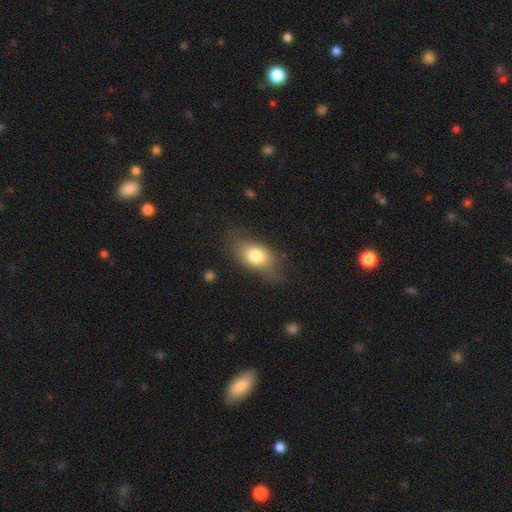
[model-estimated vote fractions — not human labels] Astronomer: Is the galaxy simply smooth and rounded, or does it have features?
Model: smooth — 76%.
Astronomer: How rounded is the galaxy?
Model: in between — 82%.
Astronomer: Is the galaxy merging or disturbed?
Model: none — 66%.